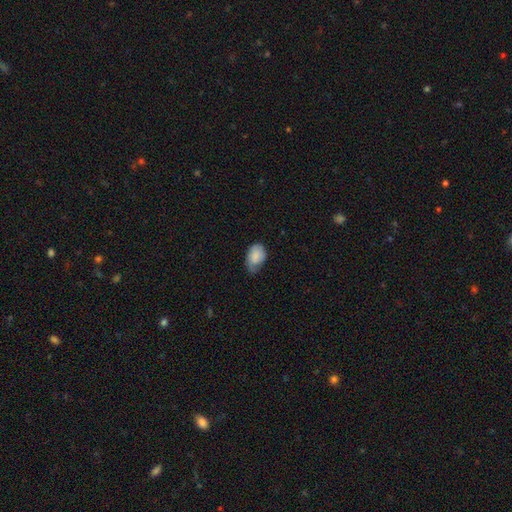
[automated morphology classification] This appears to be a smooth galaxy with no disk features (76%) that is in between round and cigar-shaped (85%). Merging: minor disturbance (44%).